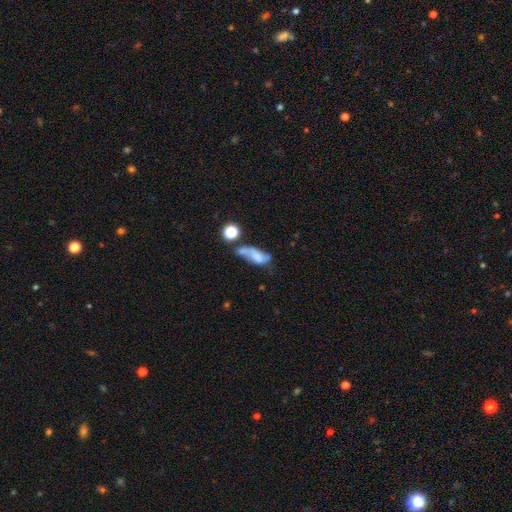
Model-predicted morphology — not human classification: smooth_or_featured: smooth (p=0.56) [alt: featured or disk p=0.32]
how_rounded: in between (p=0.71) [alt: cigar-shaped p=0.21]
merging: merger (p=0.27) [alt: none p=0.26]